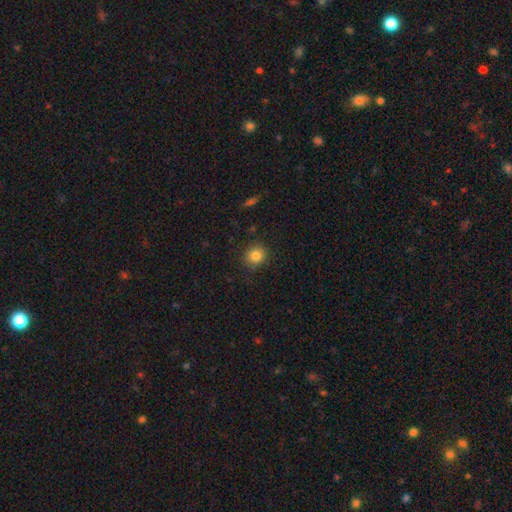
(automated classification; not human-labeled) Overall: smooth (83%). How rounded: round (84%). Merging: none (85%).